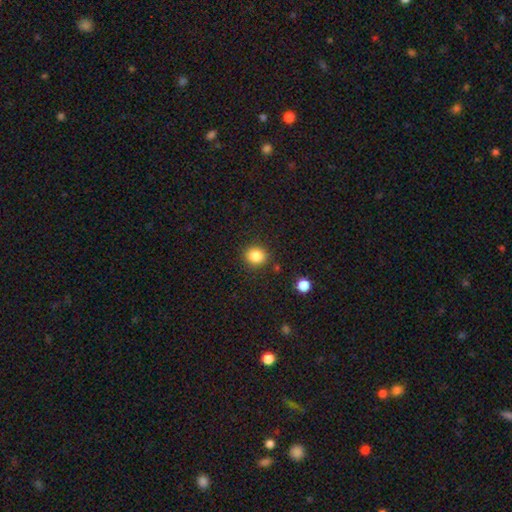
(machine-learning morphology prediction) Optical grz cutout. It shows a smooth galaxy with no disk features (85%) that is round (76%). Merging: none (86%).